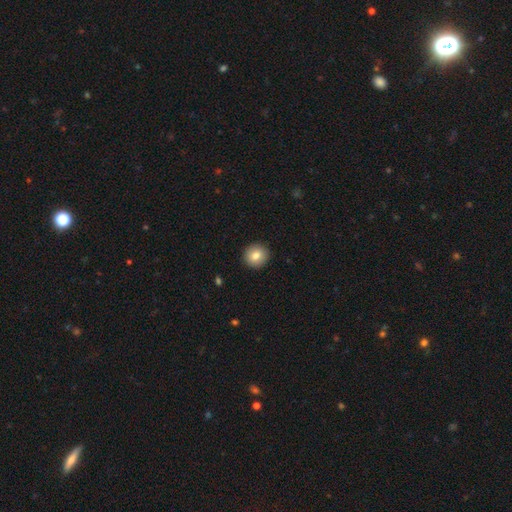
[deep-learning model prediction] Q: Smooth or featured?
A: smooth (83%); runner-up: featured or disk (9%)
Q: How rounded?
A: round (93%); runner-up: in between (6%)
Q: Merging?
A: none (92%); runner-up: minor disturbance (5%)